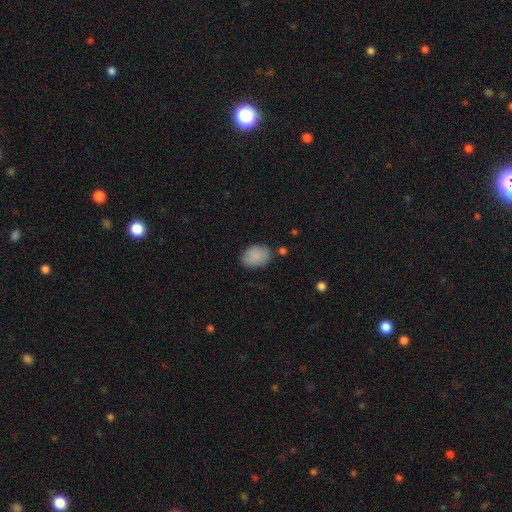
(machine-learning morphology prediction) Overall: smooth (88%). How rounded: in between (81%). Merging: none (76%).